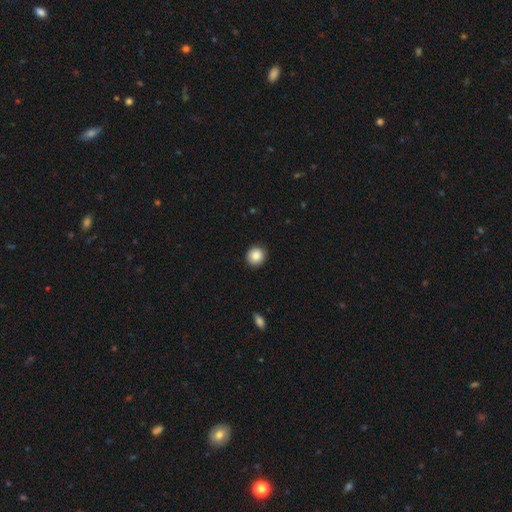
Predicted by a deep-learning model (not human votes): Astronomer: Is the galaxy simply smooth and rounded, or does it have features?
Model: smooth — 85%.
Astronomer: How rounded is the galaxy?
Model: round — 90%.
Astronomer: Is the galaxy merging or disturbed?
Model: none — 91%.